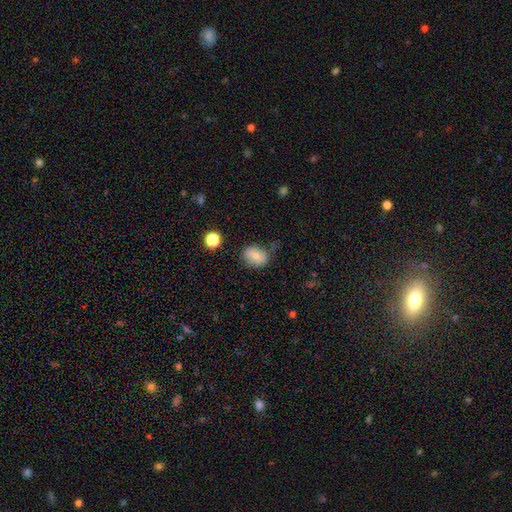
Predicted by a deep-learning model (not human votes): smooth-or-featured: smooth: 74% | featured or disk: 16% | star or artifact: 10%
  how-rounded: in between: 63% | round: 36% | cigar-shaped: 1%
  merging: none: 65% | minor disturbance: 23% | major disturbance: 7% | merger: 4%